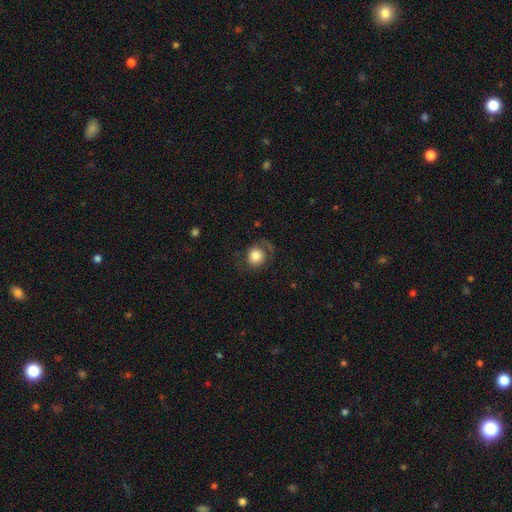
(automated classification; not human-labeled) Smooth or featured: smooth — 76% (featured or disk — 15%)
How rounded: round — 86% (in between — 13%)
Merging: none — 69% (minor disturbance — 17%)